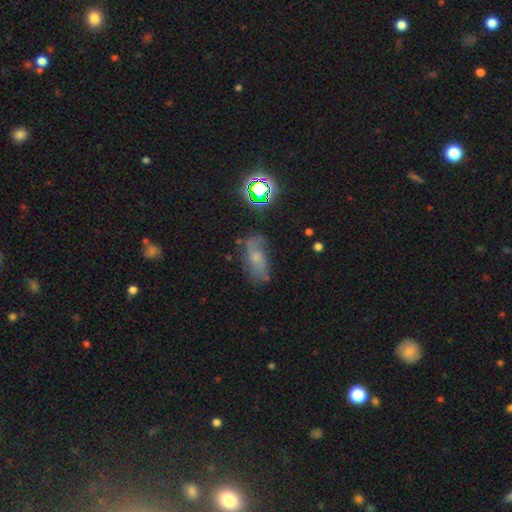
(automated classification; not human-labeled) featured or disk 45%, smooth 33%, star or artifact 22%. Down the decision tree: merging — none (61%).